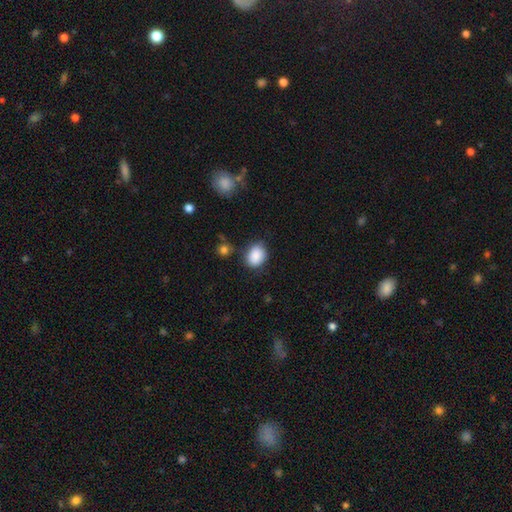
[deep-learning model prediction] This is clearly a smooth galaxy (88%). How rounded: possibly in between (55%). Merging: likely none (75%).